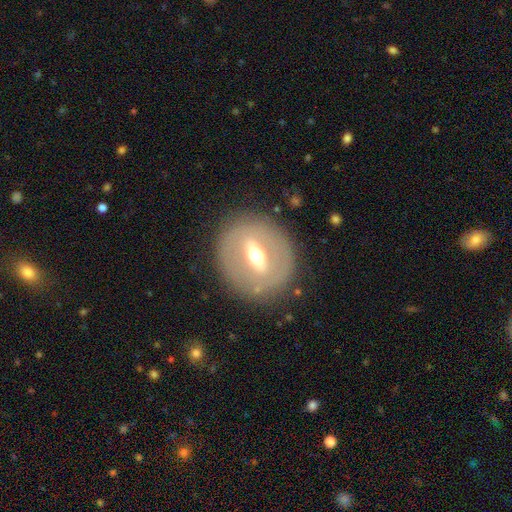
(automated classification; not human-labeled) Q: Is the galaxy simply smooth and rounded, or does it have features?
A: featured or disk — 66%.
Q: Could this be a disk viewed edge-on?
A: no — 81%.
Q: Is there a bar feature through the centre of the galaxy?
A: strong — 53%.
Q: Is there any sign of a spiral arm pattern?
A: no — 82%.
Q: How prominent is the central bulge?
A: moderate — 70%.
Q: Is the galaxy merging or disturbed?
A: none — 83%.